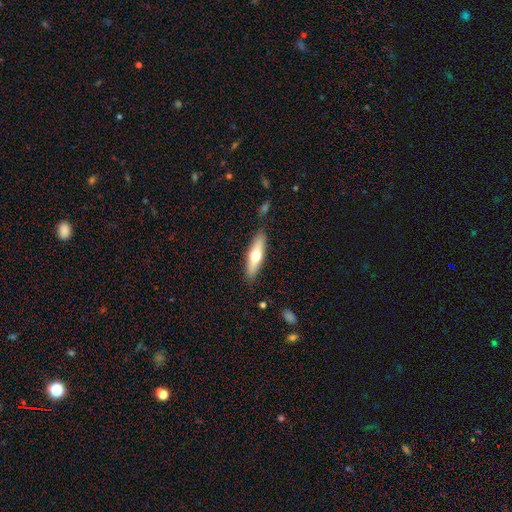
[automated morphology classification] A smooth galaxy with no disk features (52%) that is cigar-shaped (66%). Merging: none (86%).